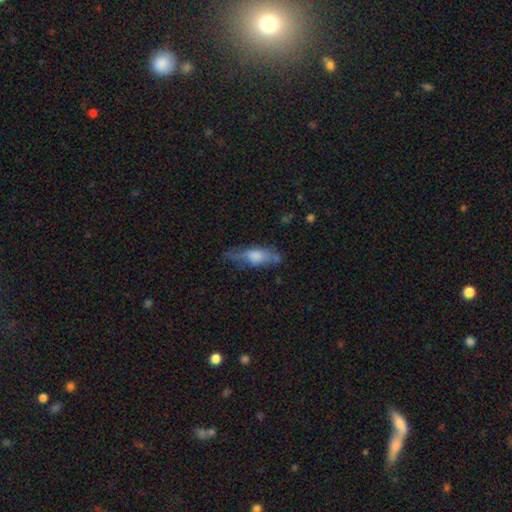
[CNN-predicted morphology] smooth-or-featured: smooth: 53% | featured or disk: 39% | star or artifact: 8%
  how-rounded: cigar-shaped: 52% | in between: 45% | round: 3%
  merging: none: 59% | minor disturbance: 27% | major disturbance: 11% | merger: 3%